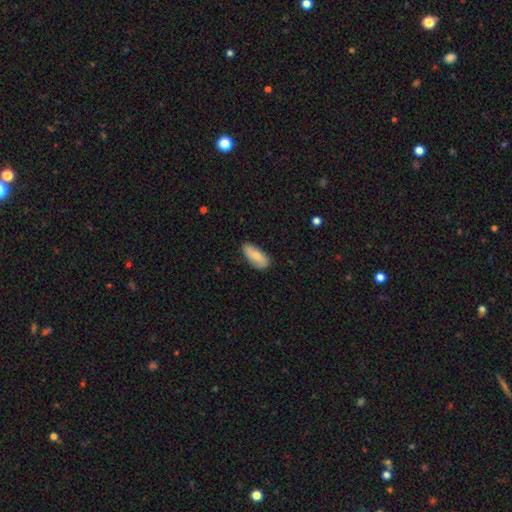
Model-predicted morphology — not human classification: Overall: smooth (74%). How rounded: in between (85%). Merging: none (80%).